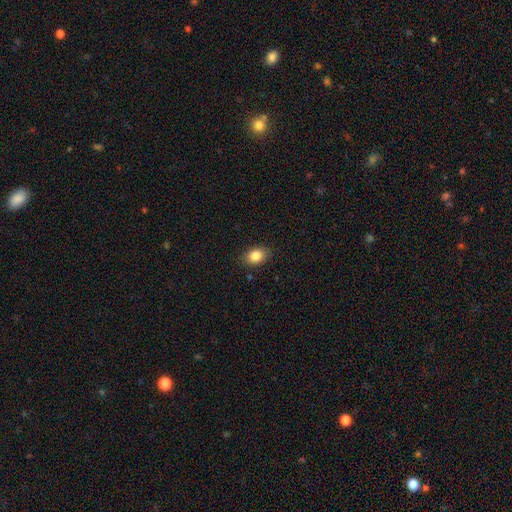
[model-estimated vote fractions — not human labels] smooth_or_featured: smooth (p=0.85) [alt: star or artifact p=0.09]
how_rounded: in between (p=0.77) [alt: round p=0.21]
merging: none (p=0.86) [alt: minor disturbance p=0.10]